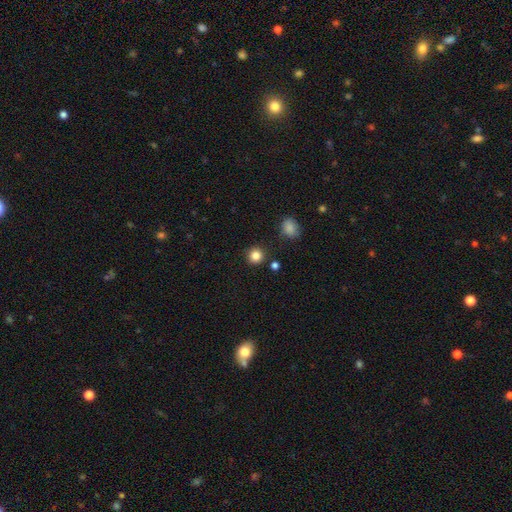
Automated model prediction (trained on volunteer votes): smooth_or_featured: smooth (p=0.84) [alt: star or artifact p=0.12]
how_rounded: round (p=0.92) [alt: in between p=0.07]
merging: none (p=0.88) [alt: minor disturbance p=0.07]